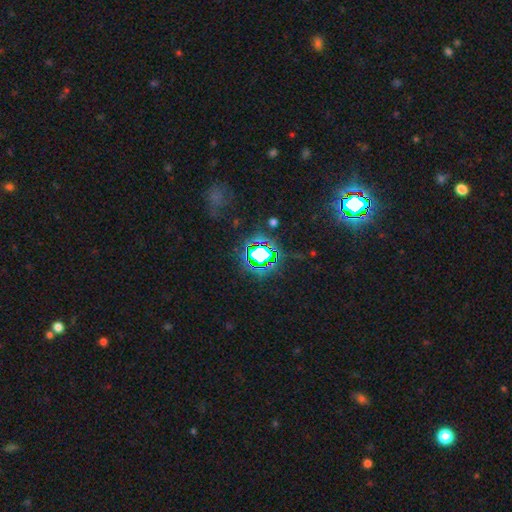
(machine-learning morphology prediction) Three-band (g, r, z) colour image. It shows a star or artifact, not a galaxy (73%).